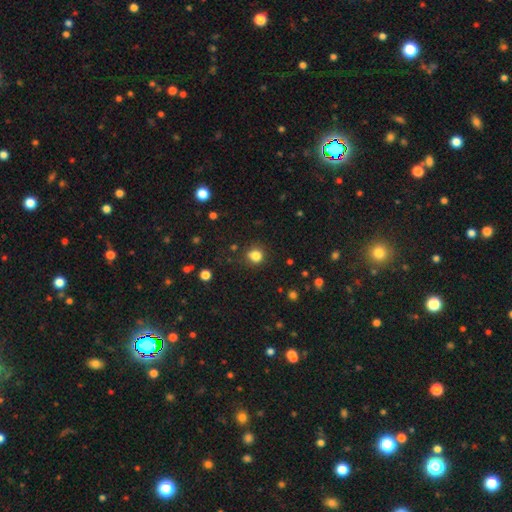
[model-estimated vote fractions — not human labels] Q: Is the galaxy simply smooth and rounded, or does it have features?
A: smooth — 82%.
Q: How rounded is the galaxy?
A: round — 84%.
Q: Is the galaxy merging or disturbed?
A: none — 80%.